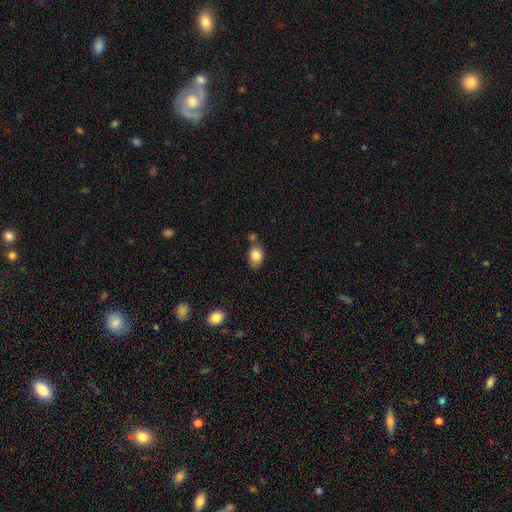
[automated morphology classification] Smooth or featured? Predicted: smooth (p=0.83). How rounded? Predicted: in between (p=0.74). Merging? Predicted: none (p=0.58).